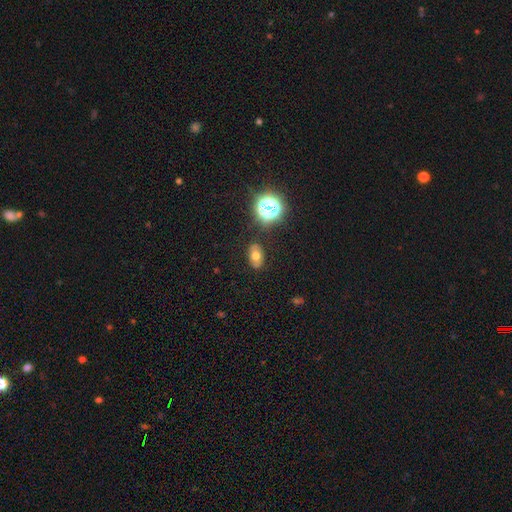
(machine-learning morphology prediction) Smooth or featured?
  - smooth: 63% *
  - featured or disk: 21%
  - star or artifact: 16%
How rounded?
  - in between: 82% *
  - round: 16%
  - cigar-shaped: 2%
Merging?
  - none: 83% *
  - minor disturbance: 11%
  - major disturbance: 3%
  - merger: 2%